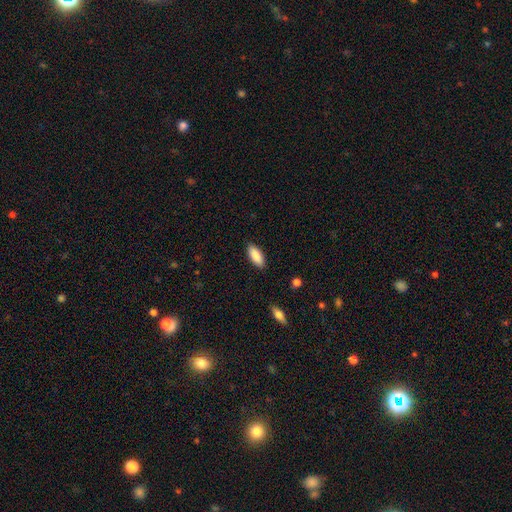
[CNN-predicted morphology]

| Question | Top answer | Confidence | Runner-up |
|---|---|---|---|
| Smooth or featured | smooth | 88% | star or artifact (6%) |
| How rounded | in between | 81% | cigar-shaped (17%) |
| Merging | none | 88% | minor disturbance (9%) |